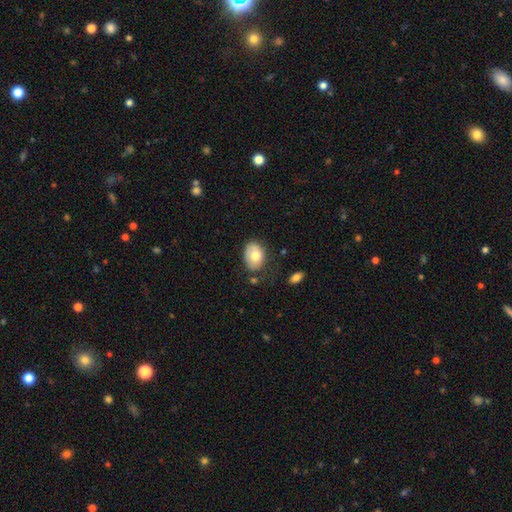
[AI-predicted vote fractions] Smooth or featured? Predicted: smooth (p=0.72). How rounded? Predicted: in between (p=0.78). Merging? Predicted: none (p=0.60).